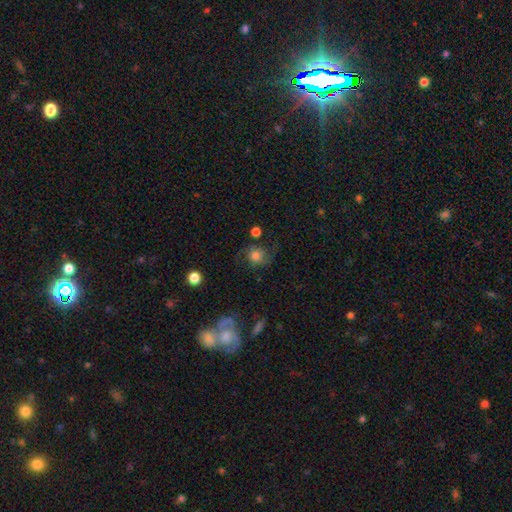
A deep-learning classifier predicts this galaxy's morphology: This appears to be a smooth galaxy with no disk features (60%) that is round (78%). Merging: none (61%).